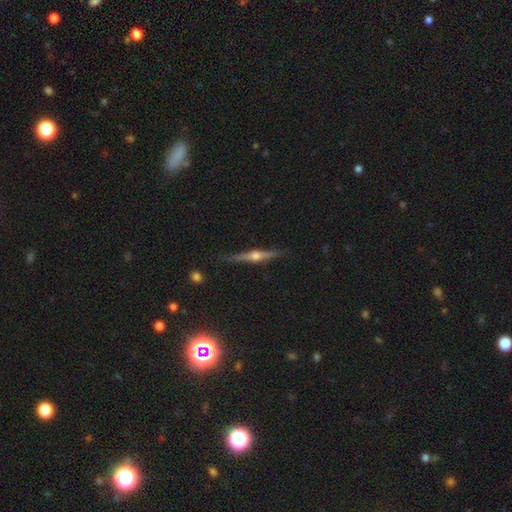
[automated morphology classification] featured or disk 76%, smooth 17%, star or artifact 7%. Down the decision tree: edge-on disk — yes (98%); edge-on bulge — rounded (94%); merging — none (88%).